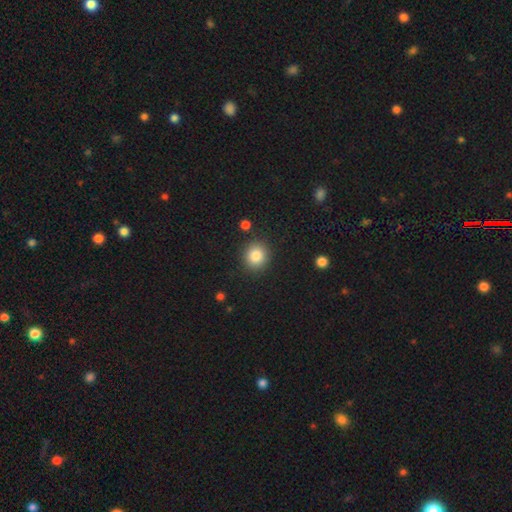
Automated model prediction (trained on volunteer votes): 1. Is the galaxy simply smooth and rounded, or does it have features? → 84% smooth, 10% star or artifact, 6% featured or disk.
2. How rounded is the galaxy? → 84% round, 15% in between, 1% cigar-shaped.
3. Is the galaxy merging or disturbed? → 88% none, 7% minor disturbance, 2% major disturbance, 2% merger.